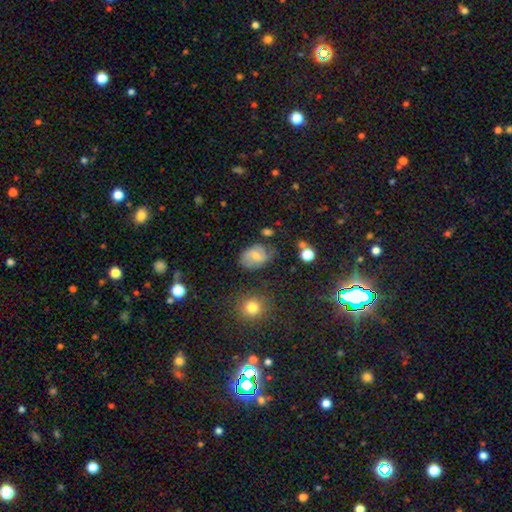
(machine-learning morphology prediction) This appears to be a smooth galaxy with no disk features (51%) that is in between round and cigar-shaped (71%). Merging: none (58%).